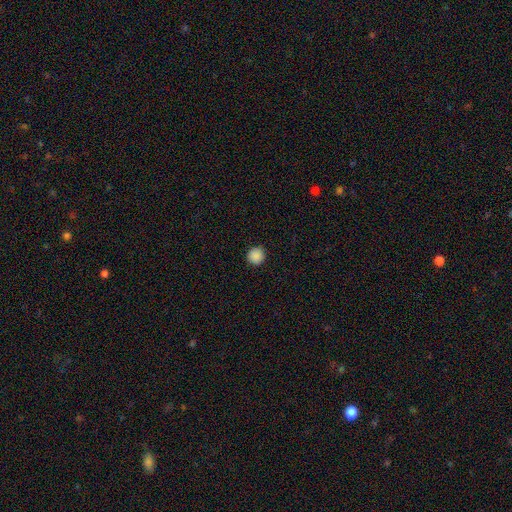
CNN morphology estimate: type=smooth (89%); roundness=round (94%); merging=none (92%).